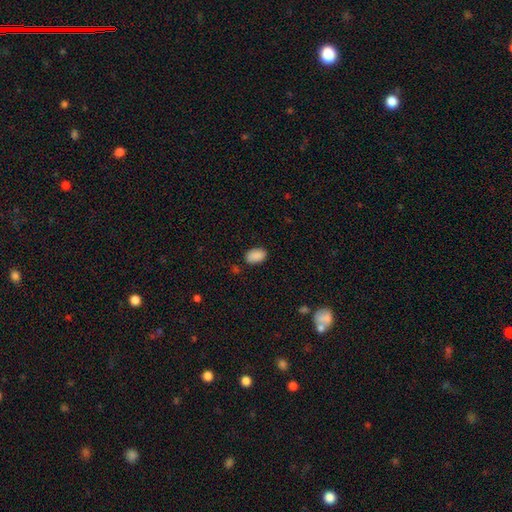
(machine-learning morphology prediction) Smooth or featured? Predicted: smooth (p=0.89). How rounded? Predicted: in between (p=0.91). Merging? Predicted: none (p=0.83).